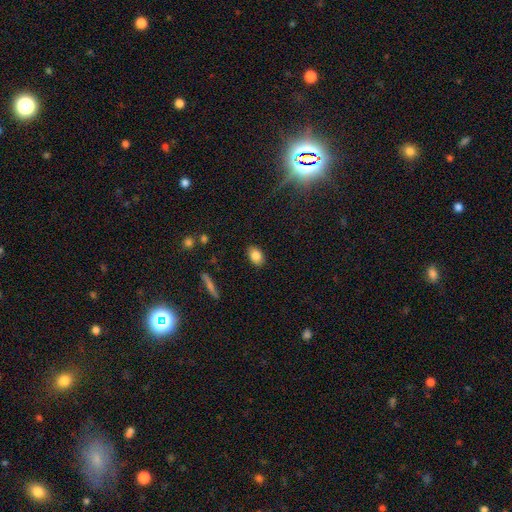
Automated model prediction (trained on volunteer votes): A smooth galaxy with no disk features (84%) that is in between round and cigar-shaped (87%).

Vote fractions:
- Smooth or featured? smooth: 84% / star or artifact: 8% / featured or disk: 7%
- How rounded? in between: 87% / round: 11% / cigar-shaped: 2%
- Merging? none: 87% / minor disturbance: 9% / major disturbance: 2% / merger: 1%